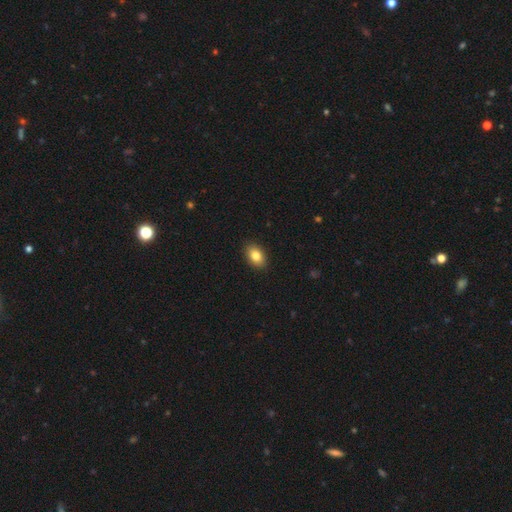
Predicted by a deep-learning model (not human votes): smooth 84%, star or artifact 8%, featured or disk 8%. Down the decision tree: how rounded — in between (87%); merging — none (90%).